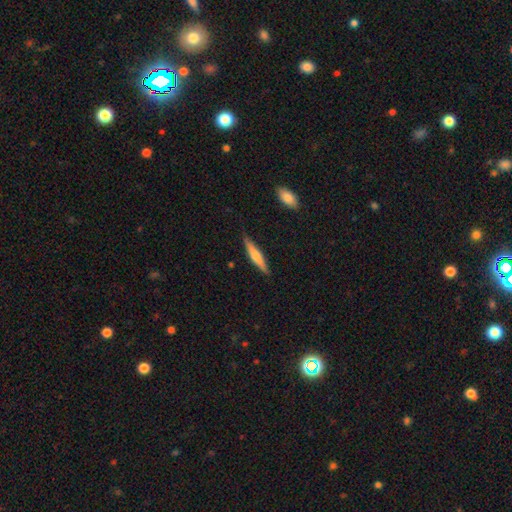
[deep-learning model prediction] This is possibly a smooth galaxy (50%). Merging: clearly none (88%).